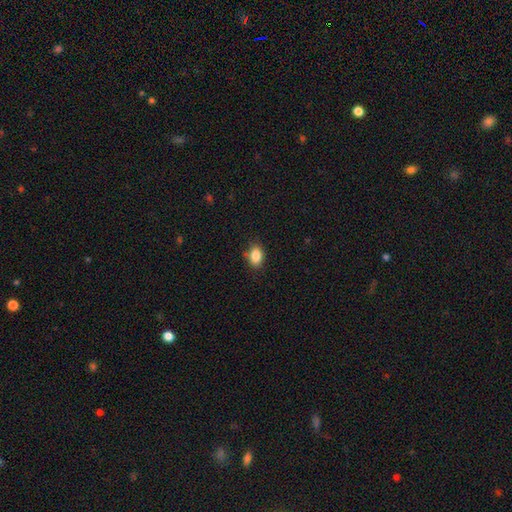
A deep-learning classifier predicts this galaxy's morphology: Smooth or featured? smooth (86%)
How rounded? in between (78%)
Merging? none (79%)